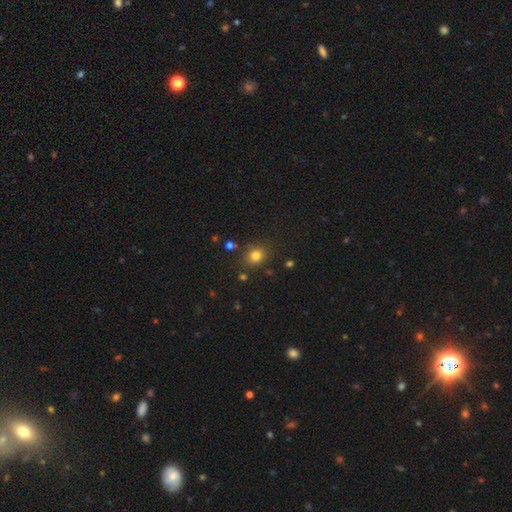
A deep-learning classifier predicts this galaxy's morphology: smooth 79%, star or artifact 14%, featured or disk 6%. Down the decision tree: how rounded — round (69%); merging — none (81%).